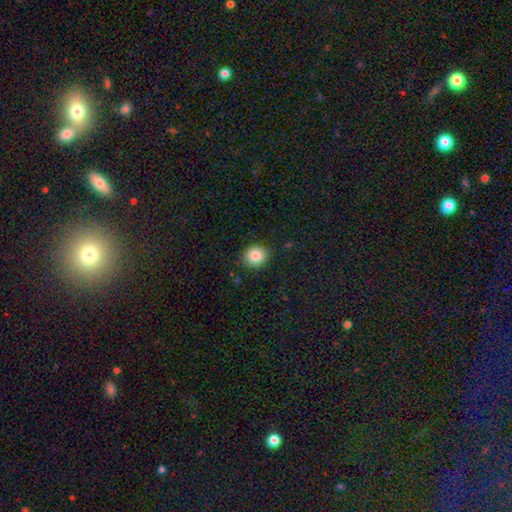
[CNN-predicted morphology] Smooth or featured? smooth (84%)
How rounded? round (82%)
Merging? none (87%)